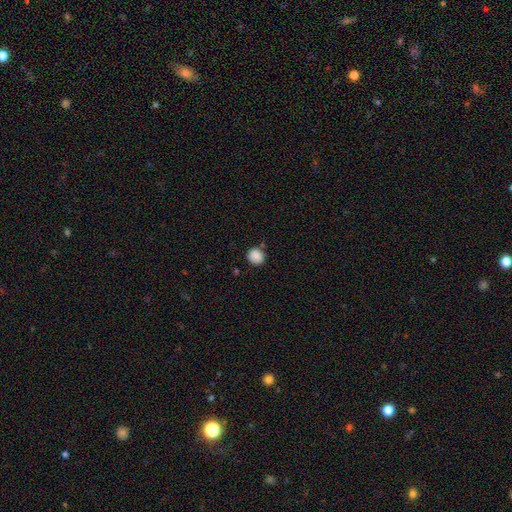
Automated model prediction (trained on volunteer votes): Smooth or featured: smooth — 88% (star or artifact — 9%)
How rounded: round — 84% (in between — 15%)
Merging: none — 85% (minor disturbance — 9%)